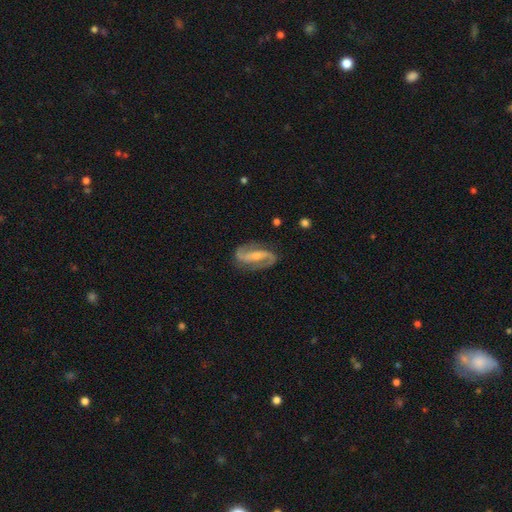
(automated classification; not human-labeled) This is clearly a featured or disk galaxy (90%). It is clearly not viewed edge-on (96%). Bar: possibly strong (54%). Spiral arm pattern: clearly yes (97%). Spiral arm count: clearly 2 (94%). Spiral winding: possibly medium (50%). Central bulge: possibly small (50%). Merging: clearly none (83%).